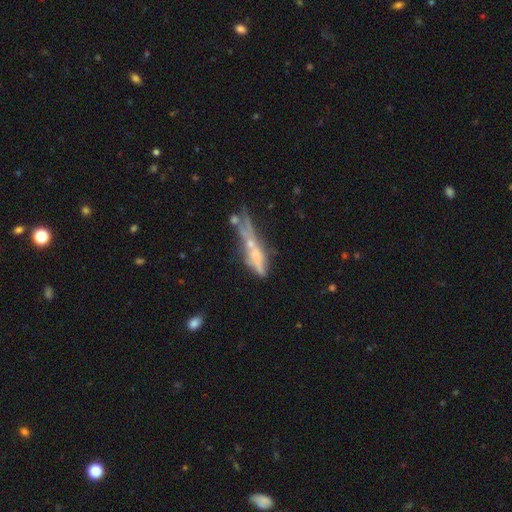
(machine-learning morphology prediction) Smooth or featured?
  - featured or disk: 52% *
  - smooth: 37%
  - star or artifact: 11%
Edge-on disk?
  - yes: 61% *
  - no: 39%
Merging?
  - none: 31% *
  - merger: 26%
  - major disturbance: 22%
  - minor disturbance: 20%